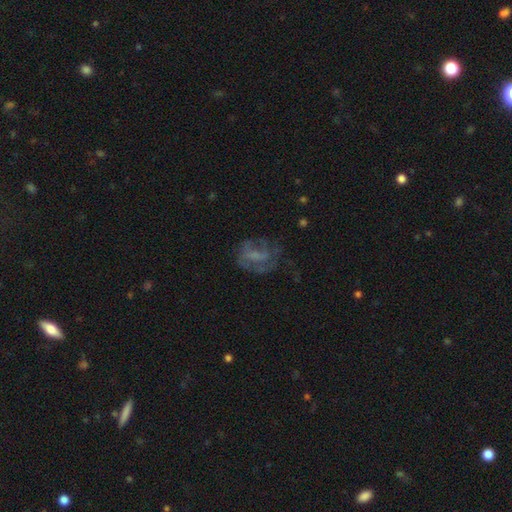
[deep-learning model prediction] smooth_or_featured: featured or disk (p=0.54) [alt: smooth p=0.32]
disk_edge_on: no (p=0.96) [alt: yes p=0.04]
bar: no (p=0.48) [alt: weak p=0.36]
has_spiral_arms: yes (p=0.51) [alt: no p=0.49]
bulge_size: none (p=0.55) [alt: small p=0.22]
merging: none (p=0.49) [alt: major disturbance p=0.27]